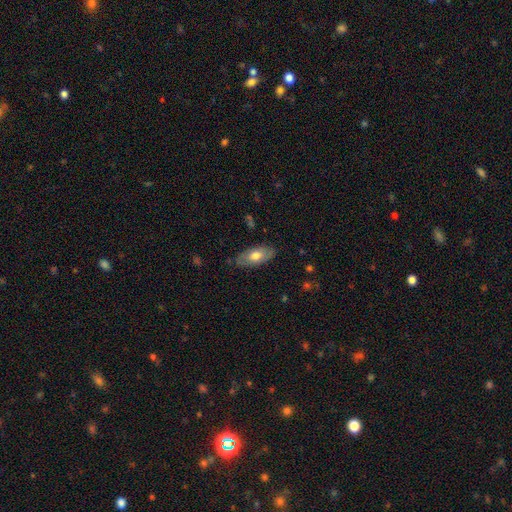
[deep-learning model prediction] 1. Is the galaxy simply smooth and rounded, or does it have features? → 63% smooth, 31% featured or disk, 6% star or artifact.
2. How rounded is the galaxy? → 88% in between, 9% cigar-shaped, 3% round.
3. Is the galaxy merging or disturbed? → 80% none, 15% minor disturbance, 3% major disturbance, 1% merger.